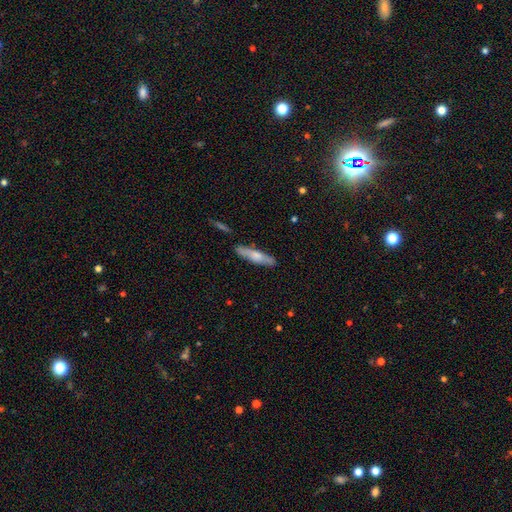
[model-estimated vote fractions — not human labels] smooth 63%, featured or disk 31%, star or artifact 6%. Down the decision tree: how rounded — cigar-shaped (82%); merging — none (84%).